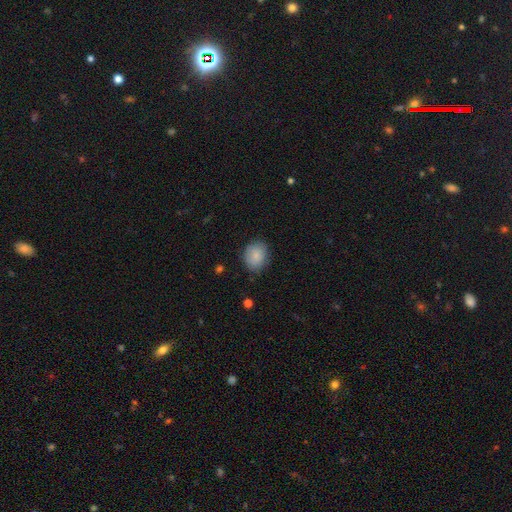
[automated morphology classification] smooth_or_featured: smooth (p=0.83) [alt: featured or disk p=0.09]
how_rounded: round (p=0.56) [alt: in between p=0.43]
merging: none (p=0.78) [alt: minor disturbance p=0.17]